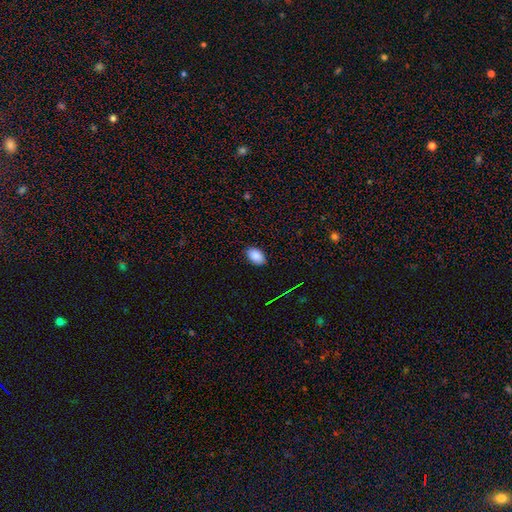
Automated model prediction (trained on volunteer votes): Smooth or featured? Predicted: smooth (p=0.86). How rounded? Predicted: in between (p=0.90). Merging? Predicted: none (p=0.86).